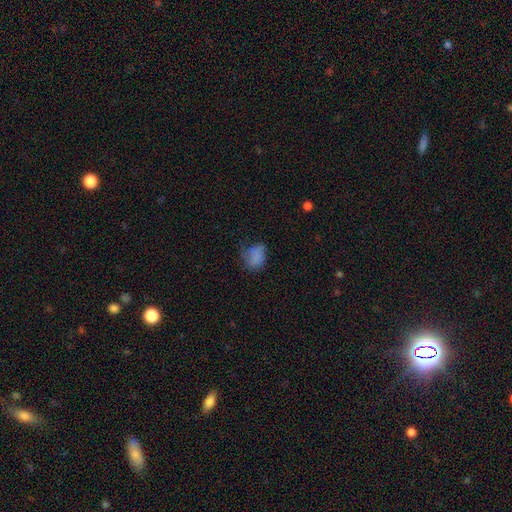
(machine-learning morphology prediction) A smooth galaxy with no disk features (69%) that is in between round and cigar-shaped (65%). Merging: none (37%).